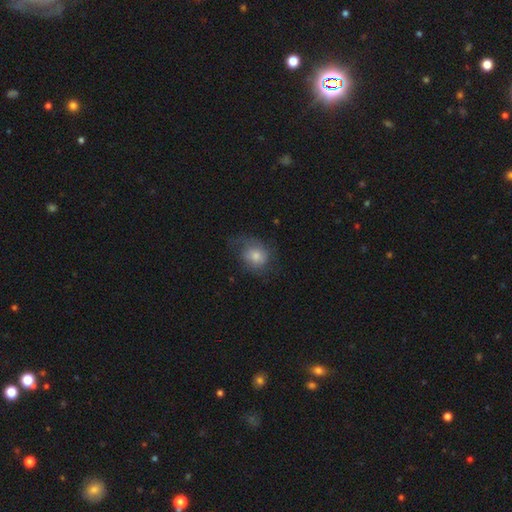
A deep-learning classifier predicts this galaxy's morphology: smooth_or_featured: smooth (p=0.57) [alt: featured or disk p=0.30]
how_rounded: round (p=0.62) [alt: in between p=0.37]
merging: none (p=0.55) [alt: minor disturbance p=0.26]